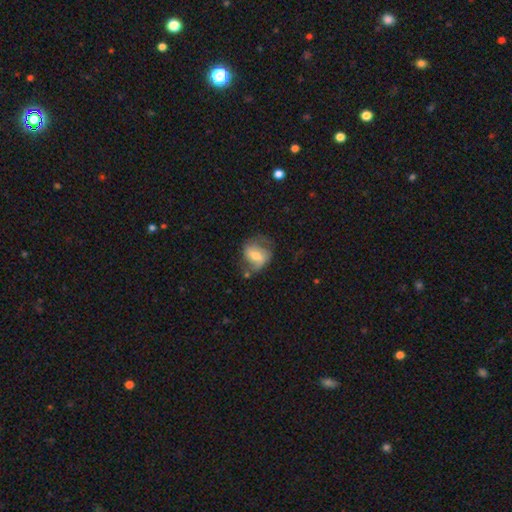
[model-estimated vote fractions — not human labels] Smooth or featured: featured or disk — 52% (smooth — 40%)
Edge-on disk: no — 96% (yes — 4%)
Bar: weak — 48% (no — 32%)
Spiral arms: yes — 76% (no — 24%)
Bulge size: moderate — 60% (small — 26%)
Merging: none — 47% (minor disturbance — 28%)